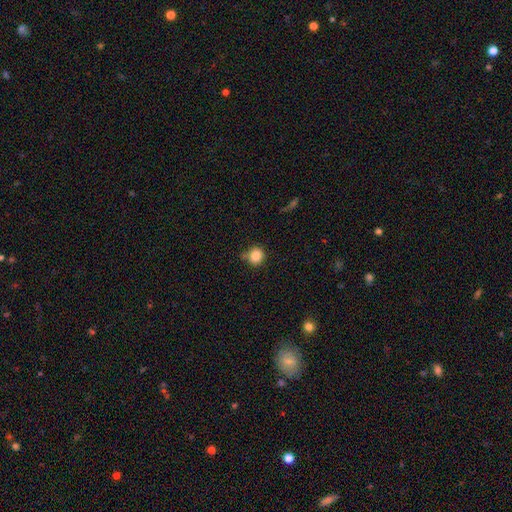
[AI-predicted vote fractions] The model was most divided on "merging": none: 74%, minor disturbance: 15%, merger: 8%, major disturbance: 4%. More confident: how rounded — round (86%); smooth or featured — smooth (85%).